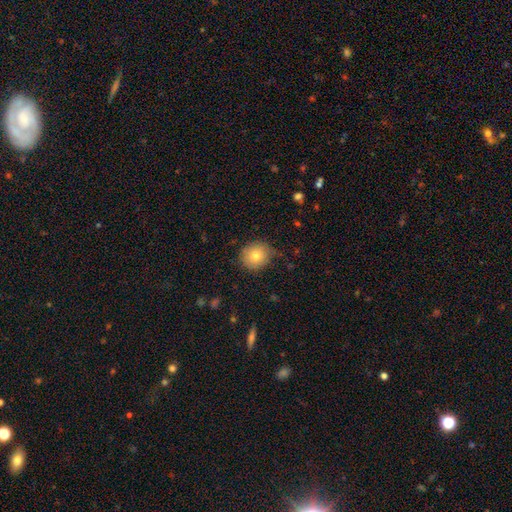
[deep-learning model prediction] A smooth galaxy with no disk features (78%) that is round (89%). Merging: none (75%).